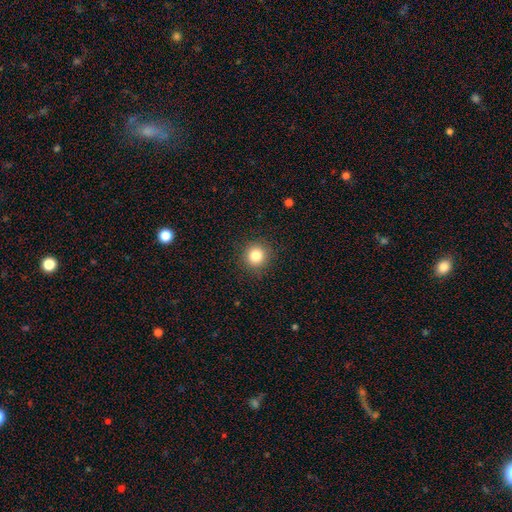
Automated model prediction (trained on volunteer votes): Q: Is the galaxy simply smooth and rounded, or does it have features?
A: smooth — 83%.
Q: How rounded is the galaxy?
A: round — 93%.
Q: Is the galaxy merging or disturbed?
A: none — 90%.